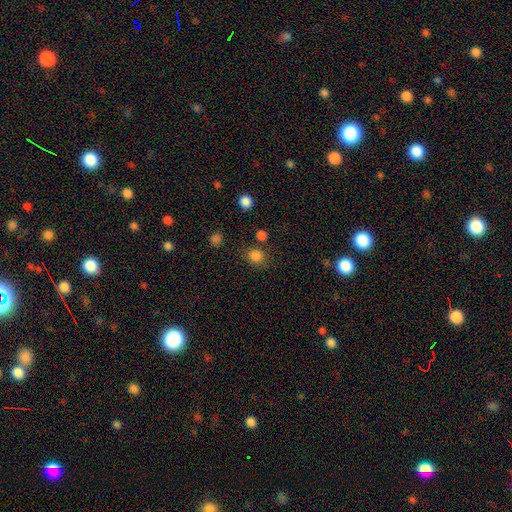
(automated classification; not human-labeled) This appears to be a smooth galaxy with no disk features (82%) that is round (78%). Merging: none (76%).